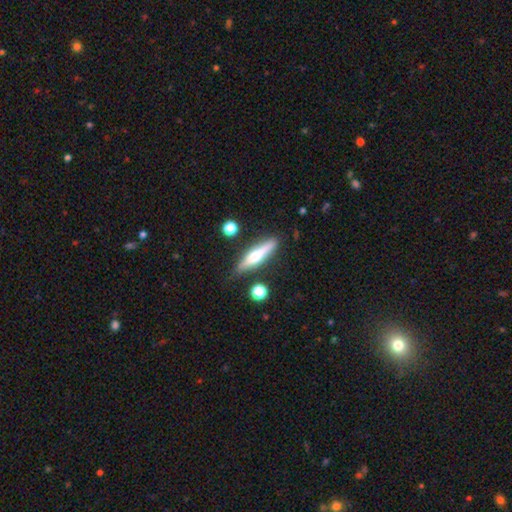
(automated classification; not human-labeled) Overall: smooth (48%; featured or disk 45%). Merging: none (79%).